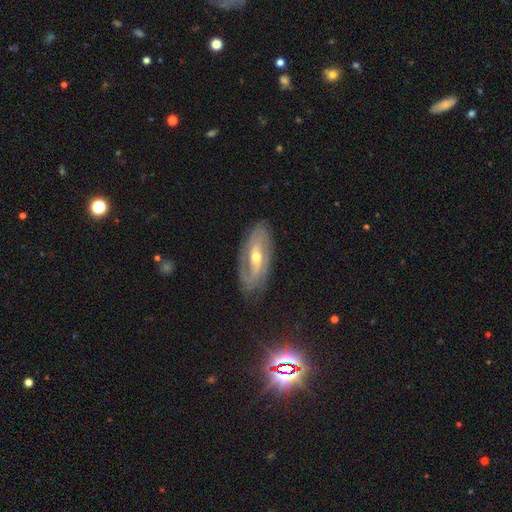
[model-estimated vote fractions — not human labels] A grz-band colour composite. It shows a featured or disk galaxy (73%) with a weak bar (39%), spiral arms (78%) and a moderate central bulge (55%). Merging: none (79%).